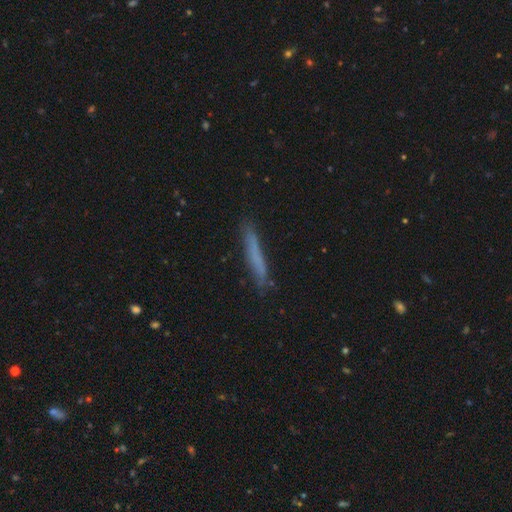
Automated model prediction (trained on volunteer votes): smooth_or_featured: smooth (p=0.63) [alt: featured or disk p=0.29]
how_rounded: cigar-shaped (p=0.95) [alt: in between p=0.03]
merging: none (p=0.83) [alt: minor disturbance p=0.13]